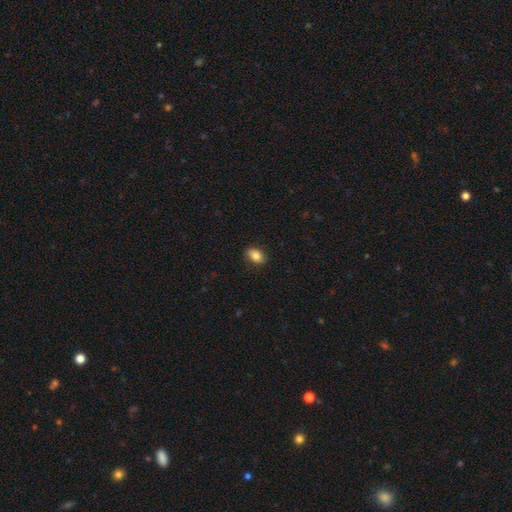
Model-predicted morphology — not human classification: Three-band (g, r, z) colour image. It shows a smooth galaxy with no disk features (83%) that is in between round and cigar-shaped (83%). Merging: none (85%).